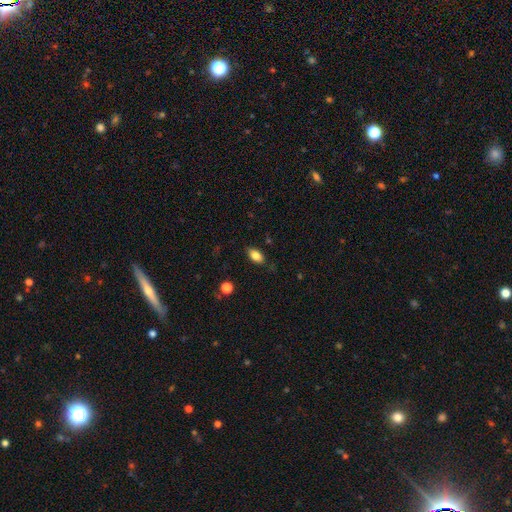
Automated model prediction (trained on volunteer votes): A smooth galaxy with no disk features (82%) that is in between round and cigar-shaped (89%). Merging: none (82%).